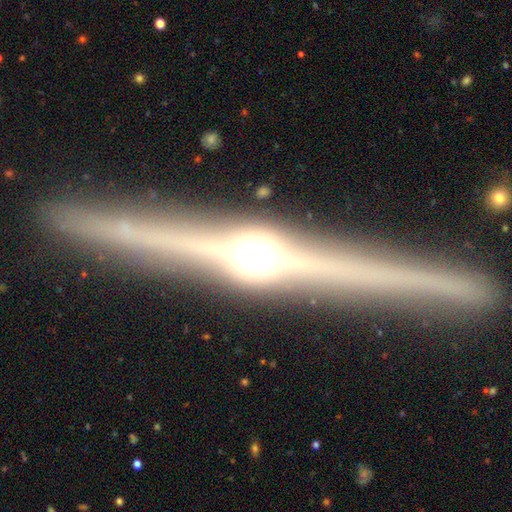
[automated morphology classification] smooth_or_featured: featured or disk (p=0.86) [alt: smooth p=0.08]
disk_edge_on: yes (p=0.98) [alt: no p=0.02]
edge_on_bulge: rounded (p=0.92) [alt: boxy p=0.05]
merging: none (p=0.89) [alt: minor disturbance p=0.07]